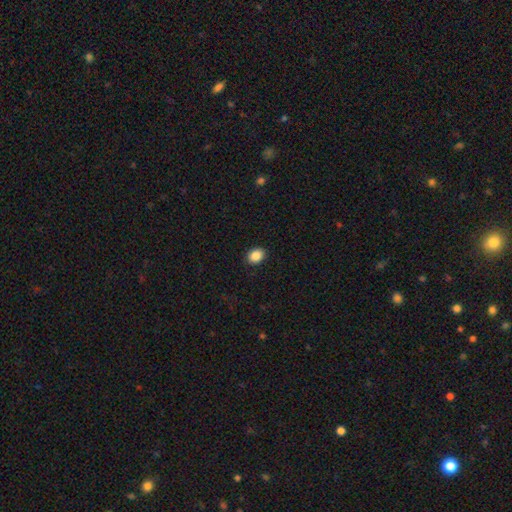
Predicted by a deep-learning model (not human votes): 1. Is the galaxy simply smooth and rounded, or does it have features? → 88% smooth, 8% star or artifact, 4% featured or disk.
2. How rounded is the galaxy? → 61% in between, 38% round, 1% cigar-shaped.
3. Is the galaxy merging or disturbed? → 90% none, 7% minor disturbance, 2% major disturbance, 1% merger.